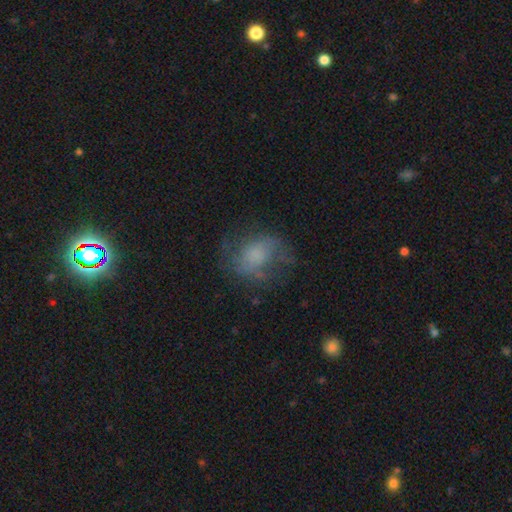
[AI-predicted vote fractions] Morphology: type=smooth (46%); merging=none (51%).